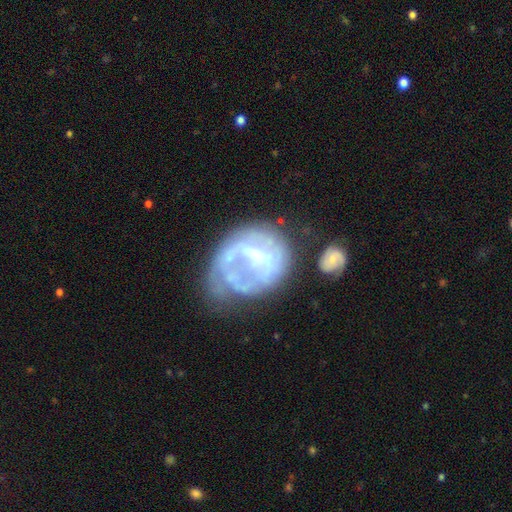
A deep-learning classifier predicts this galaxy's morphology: Smooth or featured: featured or disk — 65% (smooth — 26%)
Edge-on disk: no — 97% (yes — 3%)
Bar: no — 41% (weak — 39%)
Spiral arms: no — 63% (yes — 37%)
Bulge size: none — 39% (moderate — 27%)
Merging: none — 34% (major disturbance — 33%)